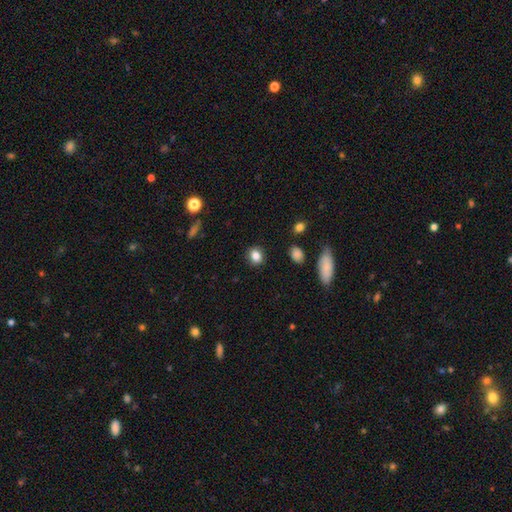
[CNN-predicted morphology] Overall: smooth (85%). How rounded: round (59%; in between 39%). Merging: none (89%).